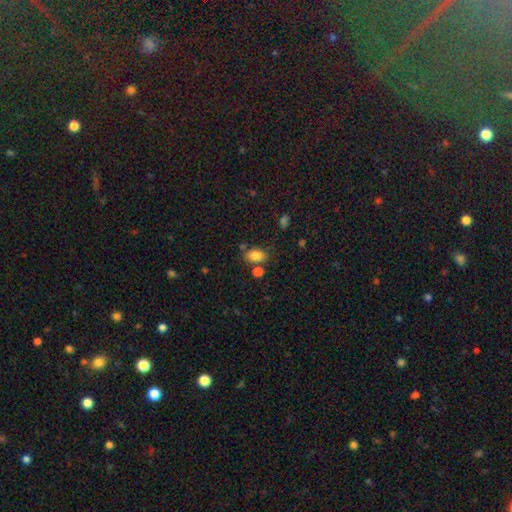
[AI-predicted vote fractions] Smooth or featured?
  - smooth: 82% *
  - star or artifact: 11%
  - featured or disk: 7%
How rounded?
  - in between: 81% *
  - round: 18%
  - cigar-shaped: 1%
Merging?
  - none: 67% *
  - minor disturbance: 15%
  - merger: 13%
  - major disturbance: 5%